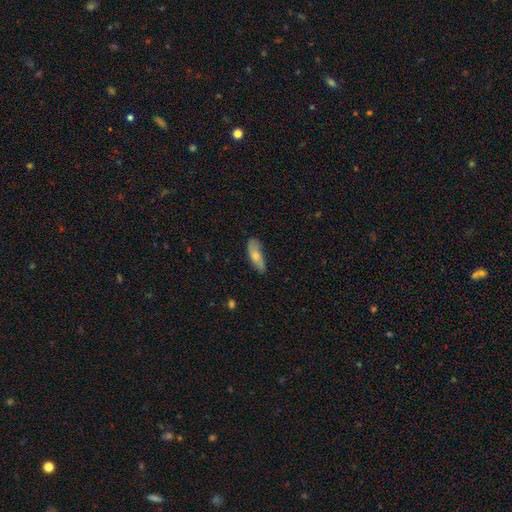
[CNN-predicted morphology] Overall: smooth (67%). How rounded: in between (61%; cigar-shaped 37%). Merging: none (67%).